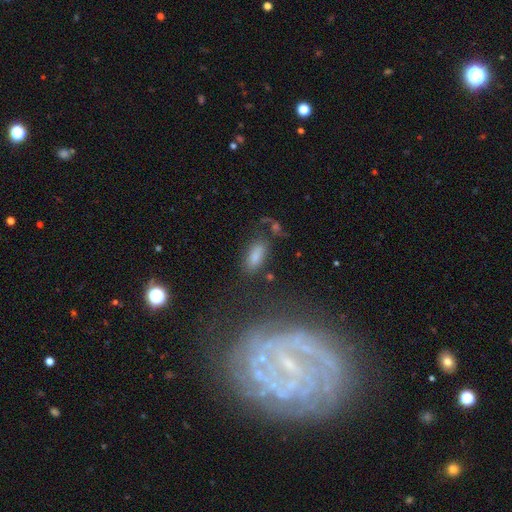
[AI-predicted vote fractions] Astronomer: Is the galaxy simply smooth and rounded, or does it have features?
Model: smooth — 81%.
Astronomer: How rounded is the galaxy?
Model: in between — 85%.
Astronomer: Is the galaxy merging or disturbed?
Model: none — 71%.